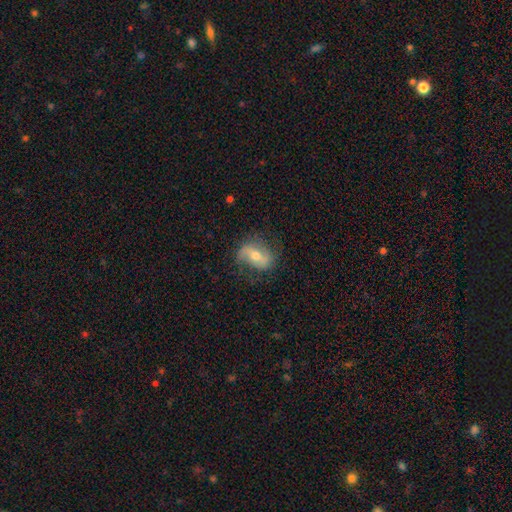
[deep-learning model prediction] Overall: featured or disk (64%; smooth 28%). Edge-on disk: no (94%). Bar: weak (37%; strong 32%). Spiral arms: yes (84%). Spiral arm count: 2 (78%). Spiral winding: loose (49%; medium 34%). Bulge size: moderate (64%; small 29%). Merging: none (69%).